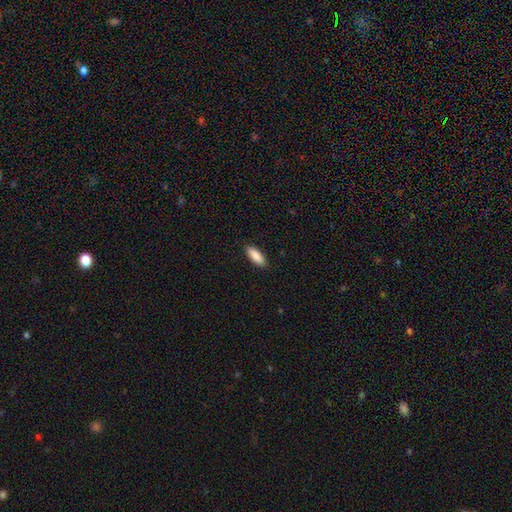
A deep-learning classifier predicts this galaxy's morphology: Smooth or featured: smooth — 89% (star or artifact — 6%)
How rounded: in between — 72% (cigar-shaped — 27%)
Merging: none — 89% (minor disturbance — 8%)